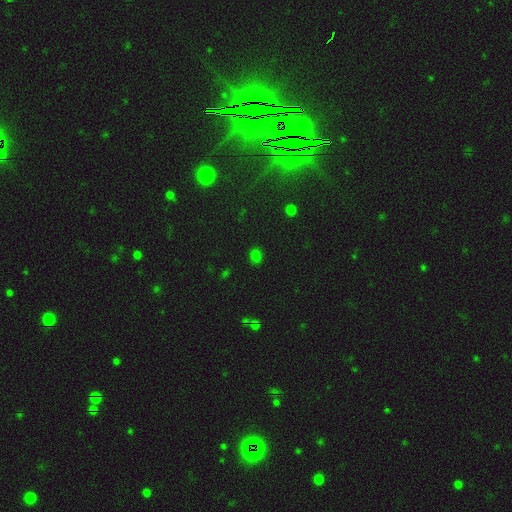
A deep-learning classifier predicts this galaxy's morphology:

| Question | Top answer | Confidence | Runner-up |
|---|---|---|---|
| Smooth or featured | smooth | 71% | star or artifact (25%) |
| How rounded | round | 51% | in between (48%) |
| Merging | none | 86% | minor disturbance (10%) |